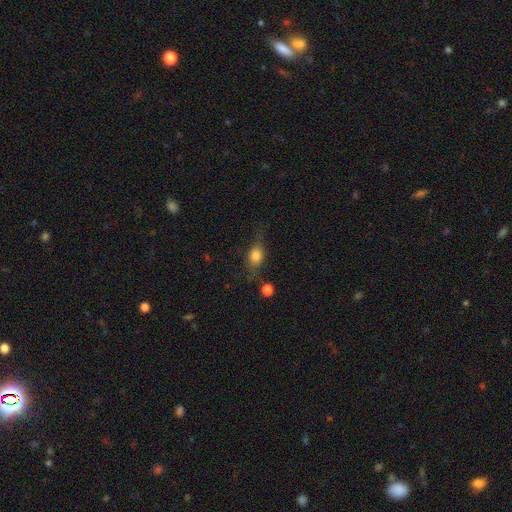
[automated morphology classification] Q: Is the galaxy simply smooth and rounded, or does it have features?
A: smooth — 70%.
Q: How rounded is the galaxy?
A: in between — 58%.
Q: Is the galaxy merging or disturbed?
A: none — 60%.